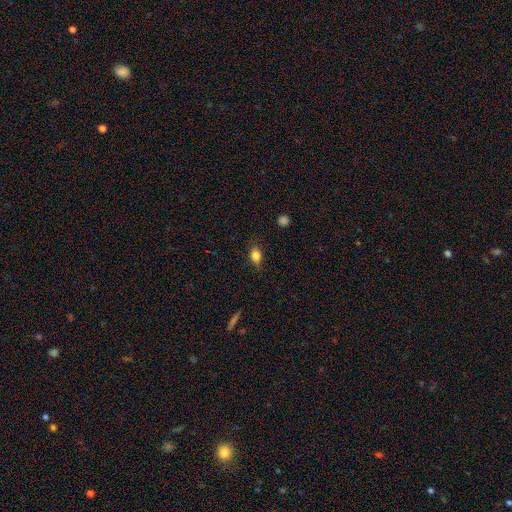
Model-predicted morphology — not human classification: This is clearly a smooth galaxy (81%). How rounded: likely in between (65%). Merging: likely none (70%).